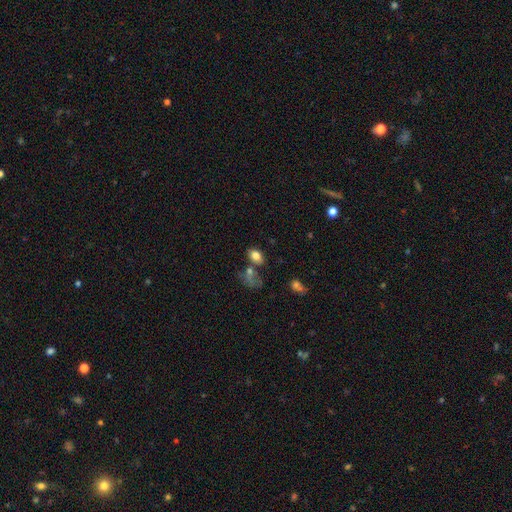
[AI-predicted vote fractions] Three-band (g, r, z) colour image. It shows a smooth galaxy with no disk features (80%) that is in between round and cigar-shaped (82%). Merging: none (58%).